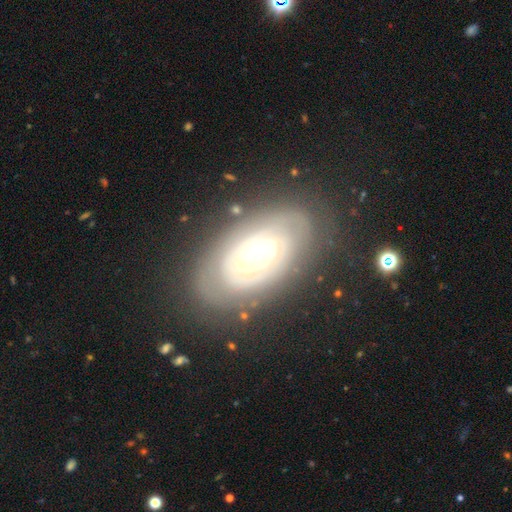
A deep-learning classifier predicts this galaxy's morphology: Smooth or featured? Predicted: featured or disk (p=0.79). Edge-on disk? Predicted: no (p=0.93). Bar? Predicted: weak (p=0.39). Spiral arms? Predicted: yes (p=0.74). Spiral winding? Predicted: tight (p=0.75). Spiral arm count? Predicted: can't tell (p=0.47). Bulge size? Predicted: moderate (p=0.60). Merging? Predicted: none (p=0.74).